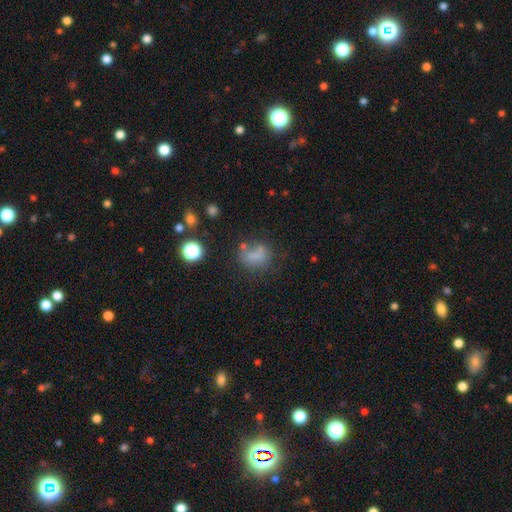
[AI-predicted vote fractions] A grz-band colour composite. It shows a smooth galaxy with no disk features (64%) that is in between round and cigar-shaped (51%). Merging: none (49%).